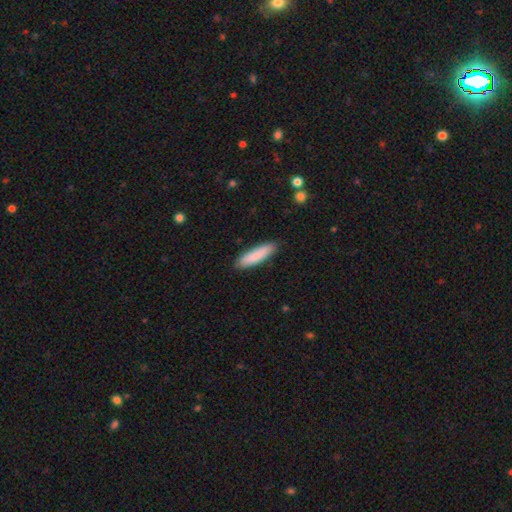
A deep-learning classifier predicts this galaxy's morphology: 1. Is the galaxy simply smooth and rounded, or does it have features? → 86% smooth, 8% featured or disk, 5% star or artifact.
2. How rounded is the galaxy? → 70% cigar-shaped, 29% in between, 1% round.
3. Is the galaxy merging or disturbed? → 88% none, 9% minor disturbance, 2% major disturbance, 1% merger.